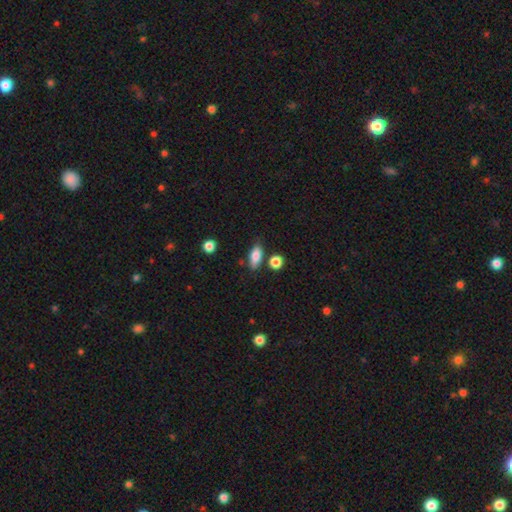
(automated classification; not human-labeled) This is clearly a smooth galaxy (80%). How rounded: likely in between (76%). Merging: likely none (76%).